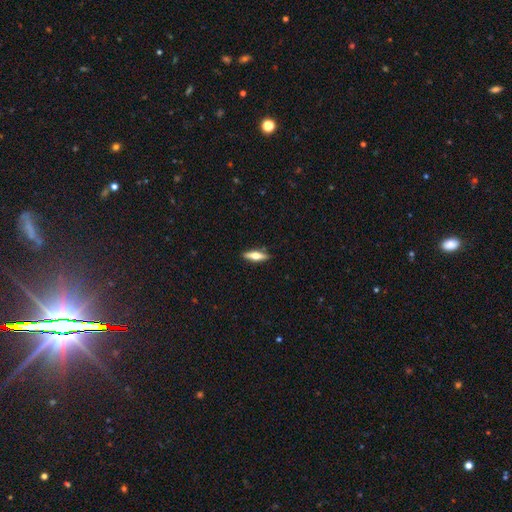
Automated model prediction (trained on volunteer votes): smooth-or-featured: featured or disk: 49% | smooth: 45% | star or artifact: 6%
  merging: none: 89% | minor disturbance: 8% | major disturbance: 2% | merger: 1%